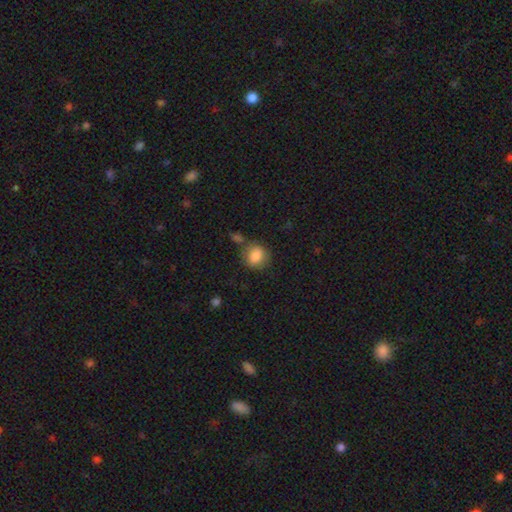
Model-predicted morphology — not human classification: This is clearly a smooth galaxy (84%). How rounded: likely round (68%). Merging: likely none (65%).